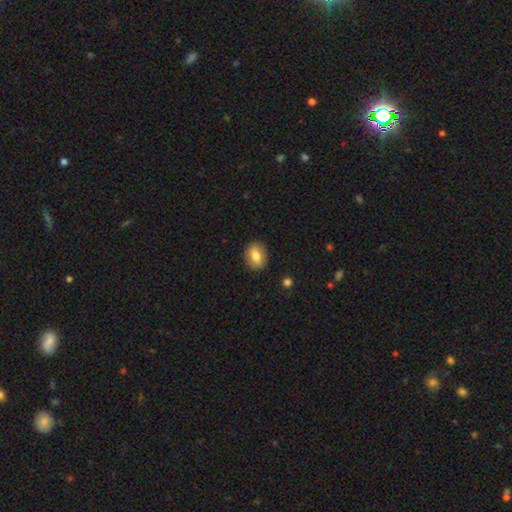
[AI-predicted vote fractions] smooth 78%, featured or disk 14%, star or artifact 8%. Down the decision tree: how rounded — in between (57%); merging — none (88%).